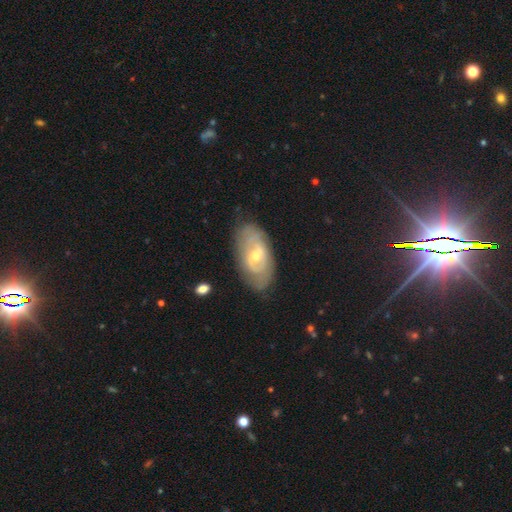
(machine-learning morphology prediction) Smooth or featured? Predicted: featured or disk (p=0.72). Edge-on disk? Predicted: no (p=0.92). Bar? Predicted: weak (p=0.51). Spiral arms? Predicted: yes (p=0.74). Bulge size? Predicted: moderate (p=0.51). Merging? Predicted: none (p=0.75).